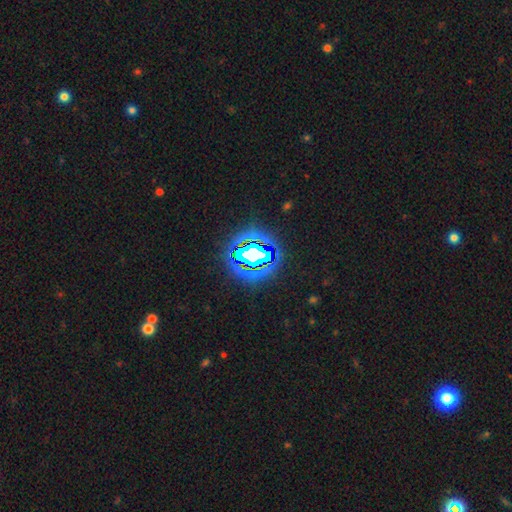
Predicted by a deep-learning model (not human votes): Smooth or featured: star or artifact — 69% (smooth — 17%)